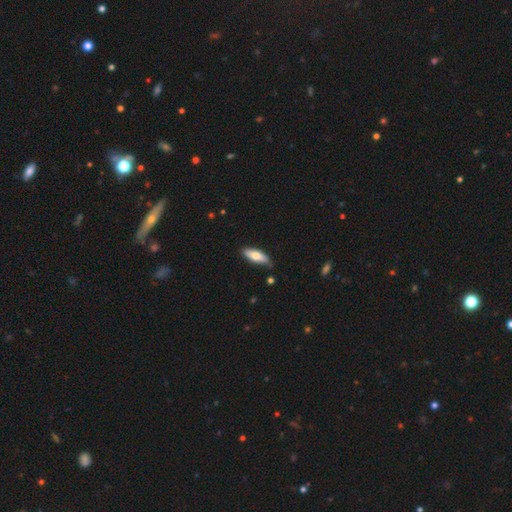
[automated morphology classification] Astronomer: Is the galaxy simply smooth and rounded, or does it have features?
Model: smooth — 70%.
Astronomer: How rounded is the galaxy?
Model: in between — 62%.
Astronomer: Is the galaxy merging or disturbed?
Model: none — 78%.